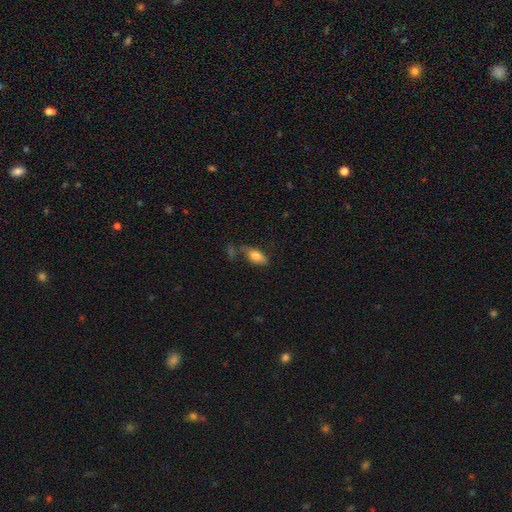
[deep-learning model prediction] Smooth or featured? Predicted: smooth (p=0.72). How rounded? Predicted: in between (p=0.77). Merging? Predicted: none (p=0.59).